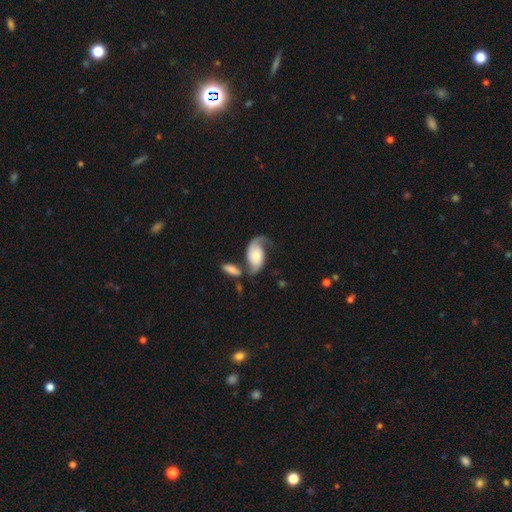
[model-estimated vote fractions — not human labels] Morphology: type=featured or disk (64%); edge-on=no (95%); bar=no (69%); spiral arms=yes (91%); winding=loose (57%); arm count=2 (61%); bulge=moderate (38%); merging=none (34%).